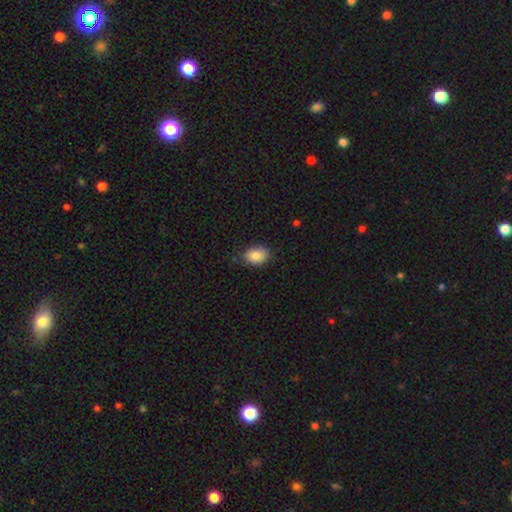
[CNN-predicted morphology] A smooth galaxy with no disk features (87%) that is in between round and cigar-shaped (78%).

Vote fractions:
- Smooth or featured? smooth: 87% / star or artifact: 8% / featured or disk: 5%
- How rounded? in between: 78% / round: 21% / cigar-shaped: 1%
- Merging? none: 74% / minor disturbance: 21% / major disturbance: 4% / merger: 1%